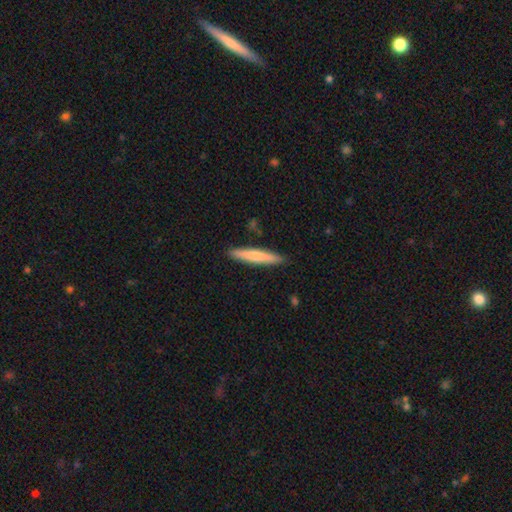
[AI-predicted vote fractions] Morphology: type=smooth (70%); roundness=cigar-shaped (94%); merging=none (91%).